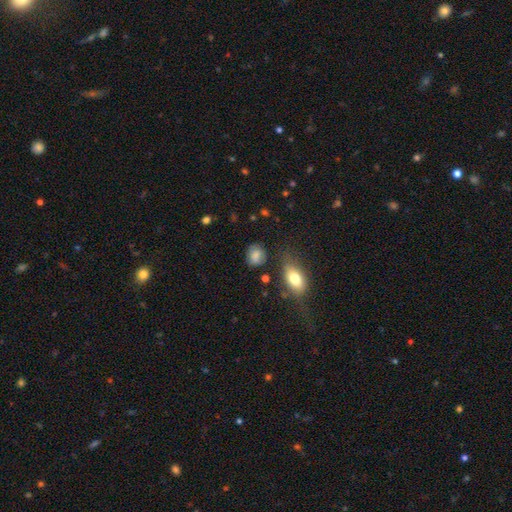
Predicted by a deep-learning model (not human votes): smooth_or_featured: smooth (p=0.81) [alt: featured or disk p=0.09]
how_rounded: round (p=0.54) [alt: in between p=0.44]
merging: none (p=0.72) [alt: minor disturbance p=0.18]